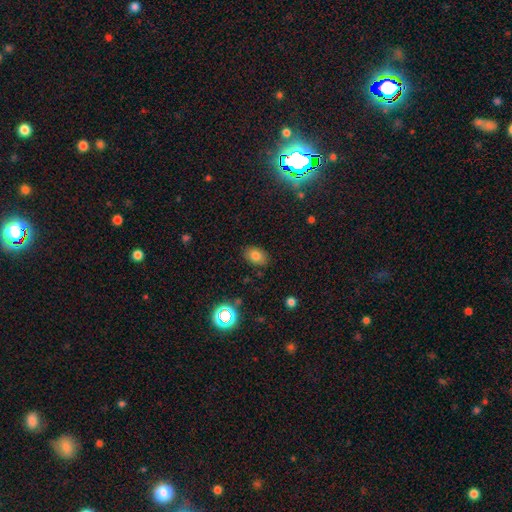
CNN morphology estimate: Smooth or featured? Predicted: smooth (p=0.78). How rounded? Predicted: in between (p=0.78). Merging? Predicted: none (p=0.86).